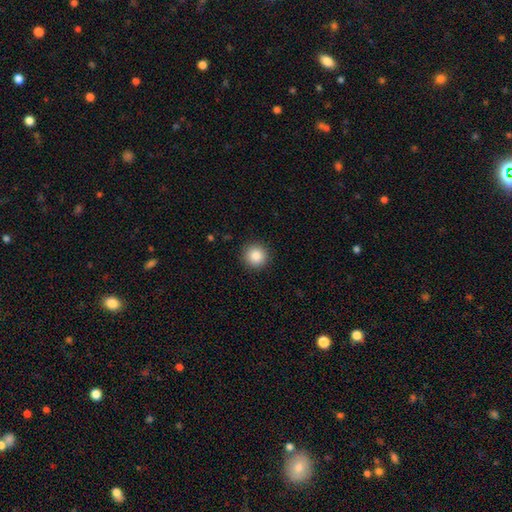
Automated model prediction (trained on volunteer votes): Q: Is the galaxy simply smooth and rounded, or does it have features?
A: smooth — 86%.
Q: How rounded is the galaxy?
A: round — 95%.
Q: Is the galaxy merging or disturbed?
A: none — 92%.